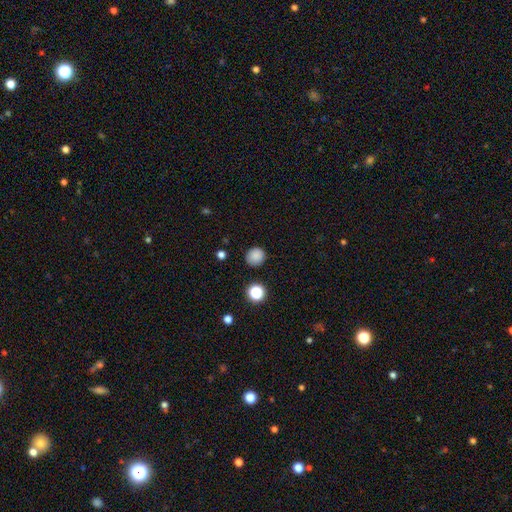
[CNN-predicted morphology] A smooth galaxy with no disk features (84%) that is round (89%).

Vote fractions:
- Smooth or featured? smooth: 84% / star or artifact: 12% / featured or disk: 4%
- How rounded? round: 89% / in between: 10% / cigar-shaped: 1%
- Merging? none: 87% / minor disturbance: 9% / major disturbance: 2% / merger: 2%